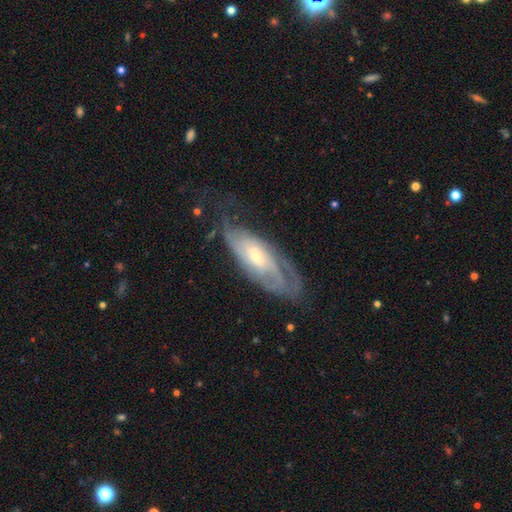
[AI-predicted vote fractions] Smooth or featured? featured or disk (76%)
Edge-on disk? no (86%)
Bar? no (58%)
Spiral arms? yes (90%)
Spiral winding? tight (54%)
Spiral arm count? can't tell (44%)
Bulge size? moderate (47%)
Merging? none (55%)